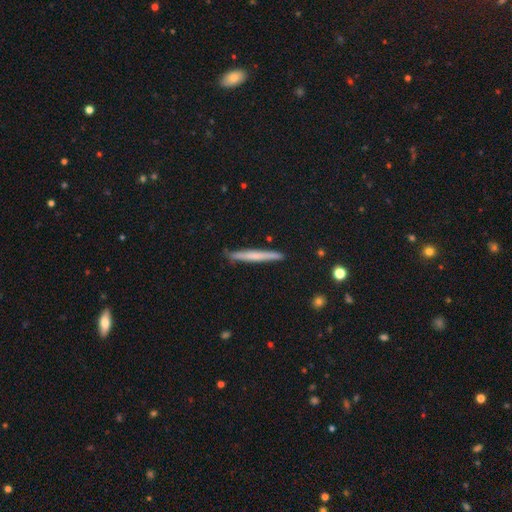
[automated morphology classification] type=smooth (55%); roundness=cigar-shaped (97%); merging=none (88%).